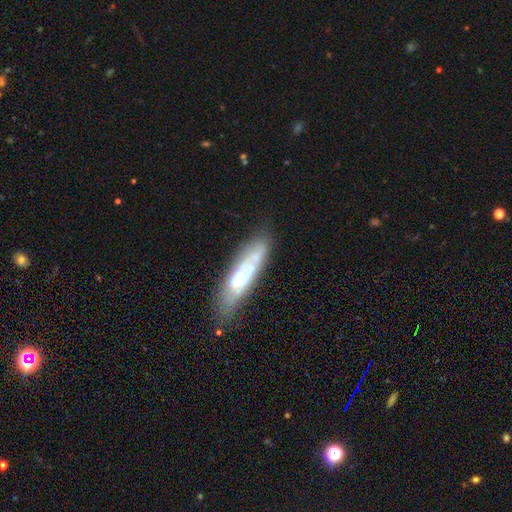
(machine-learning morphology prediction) Overall: featured or disk (51%; smooth 40%). Edge-on disk: no (68%; yes 32%). Merging: none (59%; minor disturbance 21%).